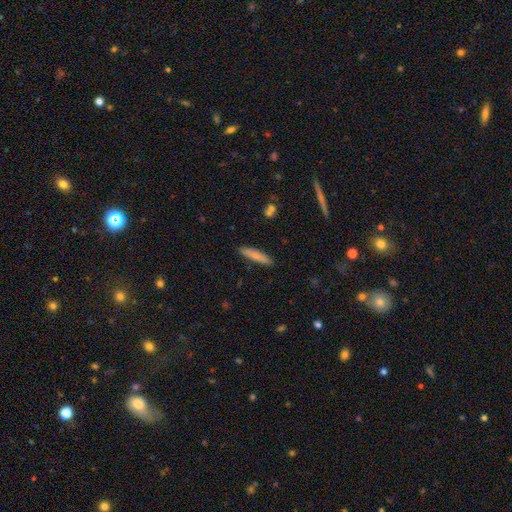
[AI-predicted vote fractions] Smooth or featured: smooth — 76% (featured or disk — 18%)
How rounded: cigar-shaped — 82% (in between — 16%)
Merging: none — 87% (minor disturbance — 9%)